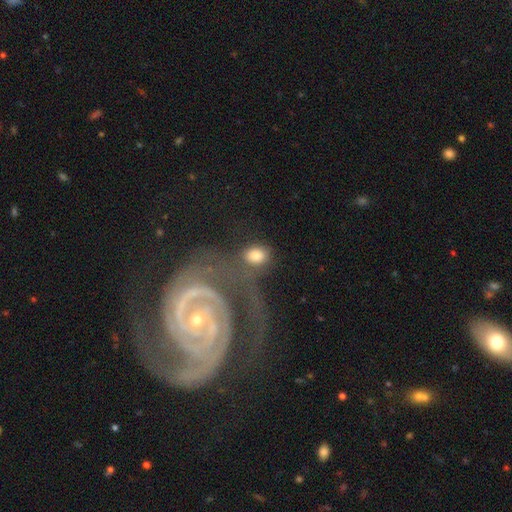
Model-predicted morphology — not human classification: The model was most divided on "how rounded": in between: 65%, round: 33%, cigar-shaped: 2%. More confident: smooth or featured — smooth (74%); merging — none (56%).